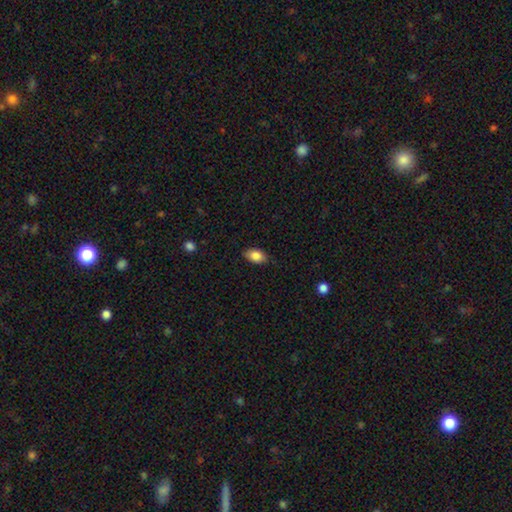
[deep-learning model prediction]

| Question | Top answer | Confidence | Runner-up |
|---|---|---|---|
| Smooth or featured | smooth | 85% | star or artifact (8%) |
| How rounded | in between | 89% | round (9%) |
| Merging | none | 83% | minor disturbance (14%) |